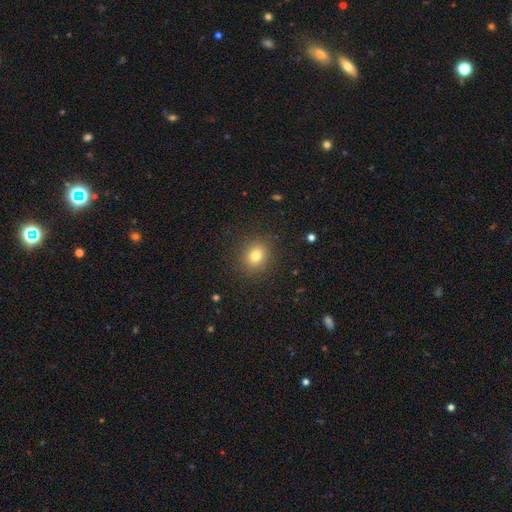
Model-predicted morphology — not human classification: Smooth or featured?
  - smooth: 79% *
  - star or artifact: 13%
  - featured or disk: 8%
How rounded?
  - round: 75% *
  - in between: 24%
  - cigar-shaped: 1%
Merging?
  - none: 88% *
  - minor disturbance: 8%
  - major disturbance: 3%
  - merger: 1%